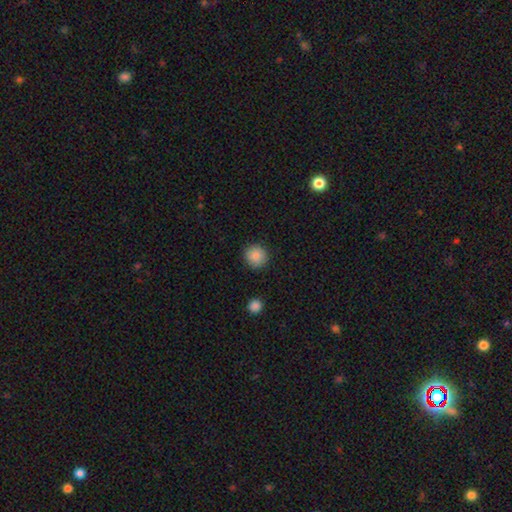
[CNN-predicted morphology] The model was most divided on "smooth or featured": smooth: 87%, star or artifact: 9%, featured or disk: 4%. More confident: how rounded — round (93%); merging — none (89%).